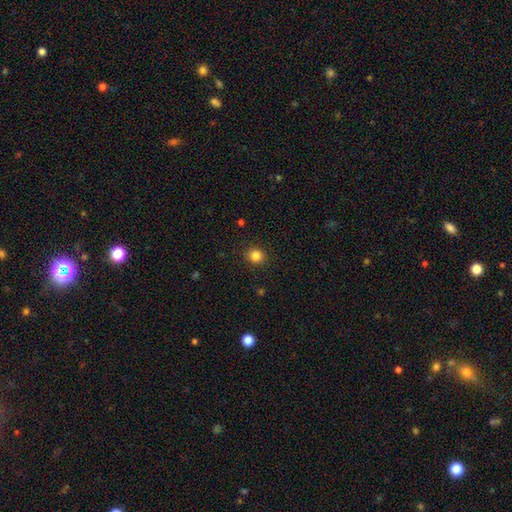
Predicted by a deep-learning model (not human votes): smooth 84%, star or artifact 12%, featured or disk 4%. Down the decision tree: how rounded — round (85%); merging — none (90%).